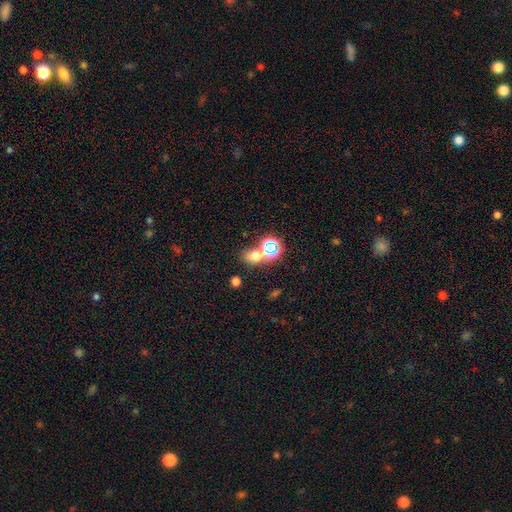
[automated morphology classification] The model was most divided on "how rounded": round: 58%, in between: 41%, cigar-shaped: 1%. More confident: smooth or featured — smooth (60%); merging — none (58%).